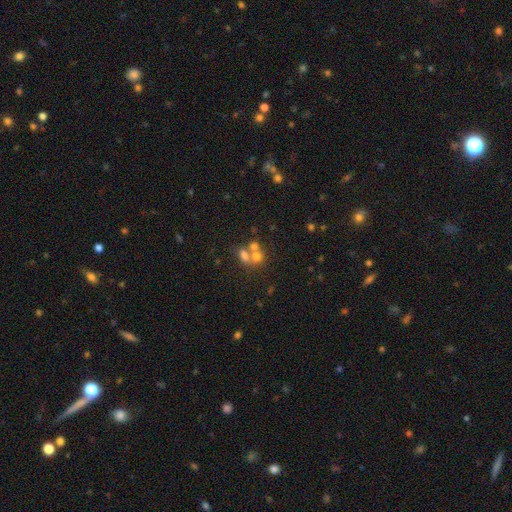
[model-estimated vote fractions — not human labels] Q: Smooth or featured?
A: smooth (53%); runner-up: featured or disk (24%)
Q: How rounded?
A: round (67%); runner-up: in between (32%)
Q: Merging?
A: merger (54%); runner-up: none (34%)